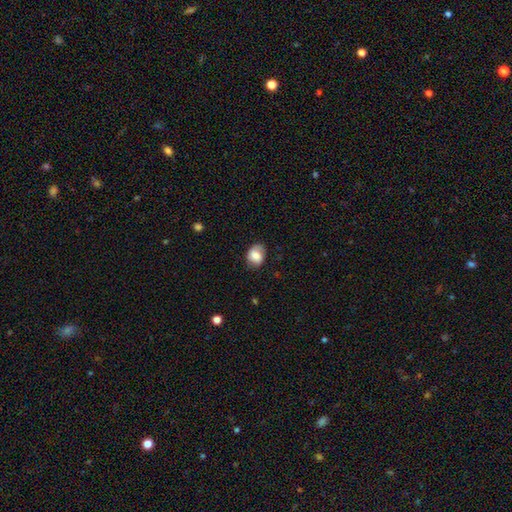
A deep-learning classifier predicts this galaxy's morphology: smooth_or_featured: smooth (p=0.75) [alt: featured or disk p=0.16]
how_rounded: in between (p=0.55) [alt: round p=0.44]
merging: none (p=0.68) [alt: minor disturbance p=0.25]